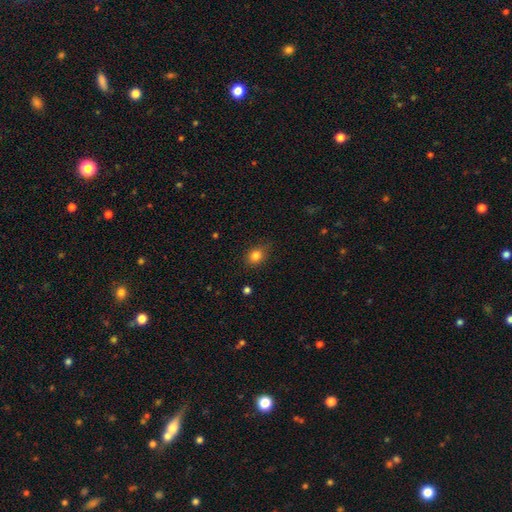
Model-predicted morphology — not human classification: Q: Smooth or featured?
A: smooth (83%); runner-up: star or artifact (11%)
Q: How rounded?
A: round (54%); runner-up: in between (45%)
Q: Merging?
A: none (79%); runner-up: minor disturbance (16%)